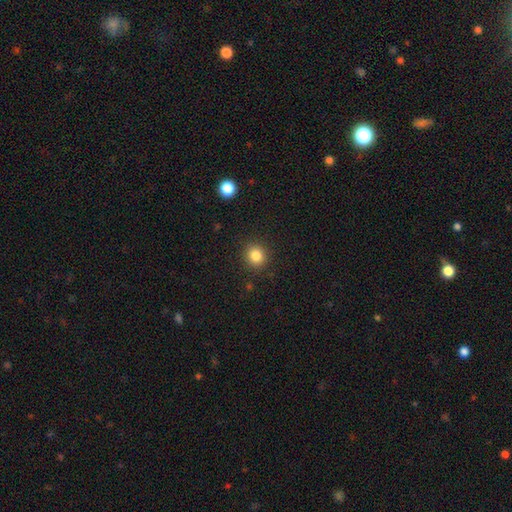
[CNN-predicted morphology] Overall: smooth (84%). How rounded: round (86%). Merging: none (90%).